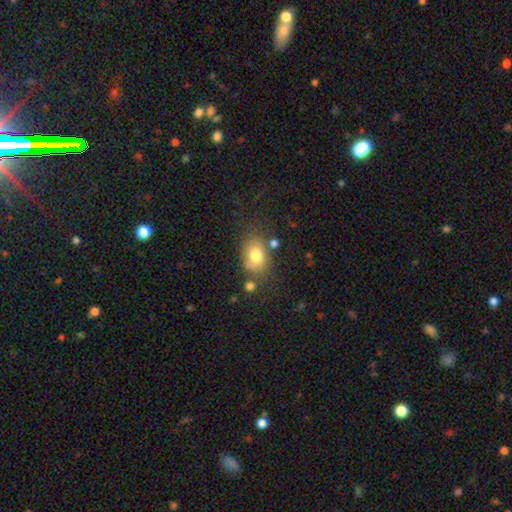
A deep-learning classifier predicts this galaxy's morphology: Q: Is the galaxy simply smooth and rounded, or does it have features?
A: smooth — 75%.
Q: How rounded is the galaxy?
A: in between — 67%.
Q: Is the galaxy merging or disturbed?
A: none — 61%.